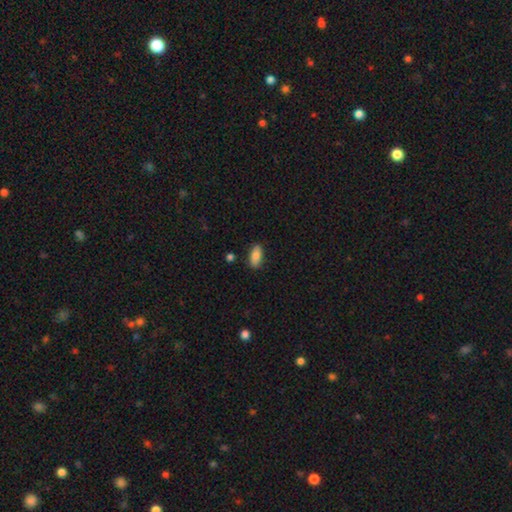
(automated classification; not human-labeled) Morphology: type=smooth (83%); roundness=in between (88%); merging=none (85%).